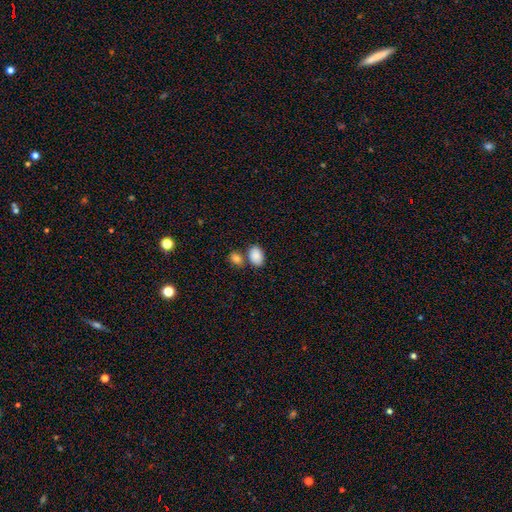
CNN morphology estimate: Smooth or featured?
  - smooth: 88% *
  - star or artifact: 7%
  - featured or disk: 5%
How rounded?
  - in between: 85% *
  - round: 14%
  - cigar-shaped: 1%
Merging?
  - none: 61% *
  - merger: 24%
  - minor disturbance: 12%
  - major disturbance: 3%